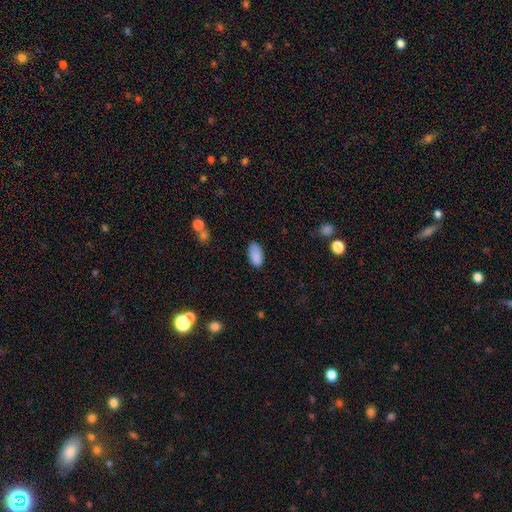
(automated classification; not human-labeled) Smooth or featured? Predicted: smooth (p=0.87). How rounded? Predicted: in between (p=0.94). Merging? Predicted: none (p=0.73).